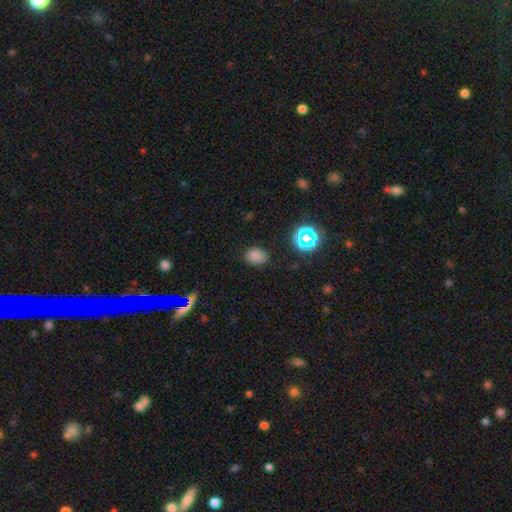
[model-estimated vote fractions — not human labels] Smooth or featured?
  - smooth: 77% *
  - star or artifact: 17%
  - featured or disk: 5%
How rounded?
  - in between: 60% *
  - round: 39%
  - cigar-shaped: 1%
Merging?
  - none: 81% *
  - minor disturbance: 14%
  - major disturbance: 4%
  - merger: 2%